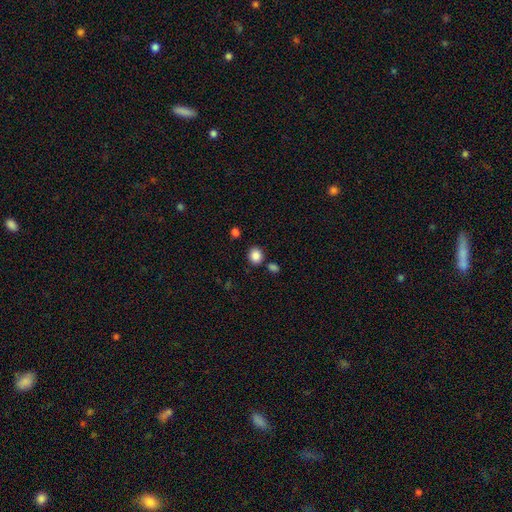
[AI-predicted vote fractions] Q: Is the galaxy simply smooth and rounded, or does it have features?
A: smooth — 86%.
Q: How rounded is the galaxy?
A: round — 67%.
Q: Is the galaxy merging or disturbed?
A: none — 79%.